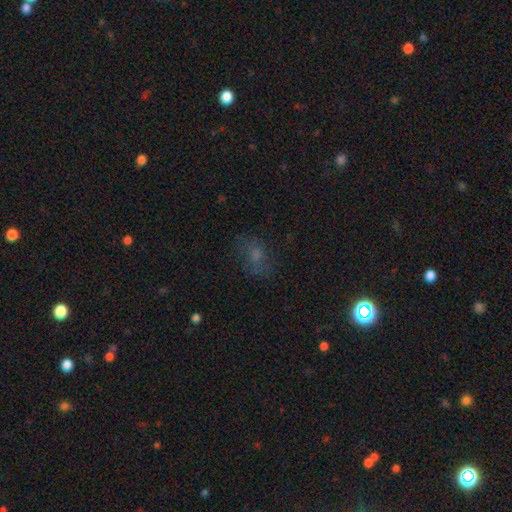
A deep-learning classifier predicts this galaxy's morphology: Overall: smooth (49%; star or artifact 27%). Merging: none (65%).